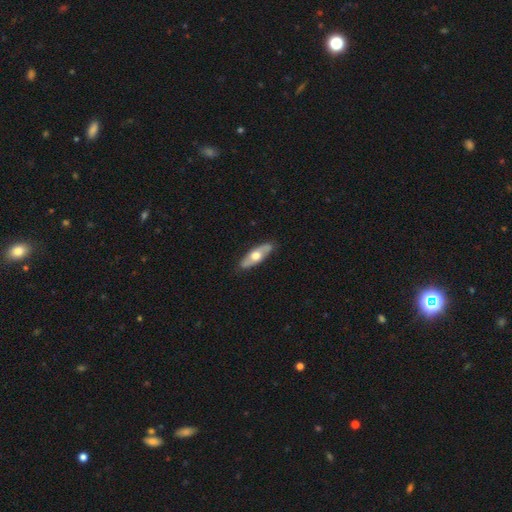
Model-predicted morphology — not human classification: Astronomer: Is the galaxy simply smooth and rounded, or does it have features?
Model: featured or disk — 53% (runner-up: smooth, 43%).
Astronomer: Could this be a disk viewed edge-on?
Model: no — 51% (runner-up: yes, 49%).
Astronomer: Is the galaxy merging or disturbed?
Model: none — 85%.